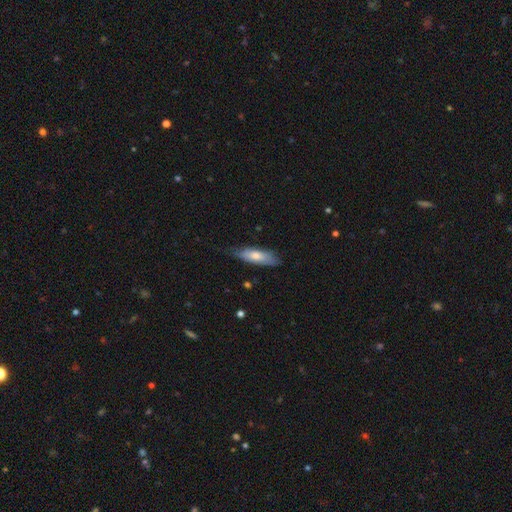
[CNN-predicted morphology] Smooth or featured? Predicted: smooth (p=0.68). How rounded? Predicted: in between (p=0.51). Merging? Predicted: none (p=0.60).